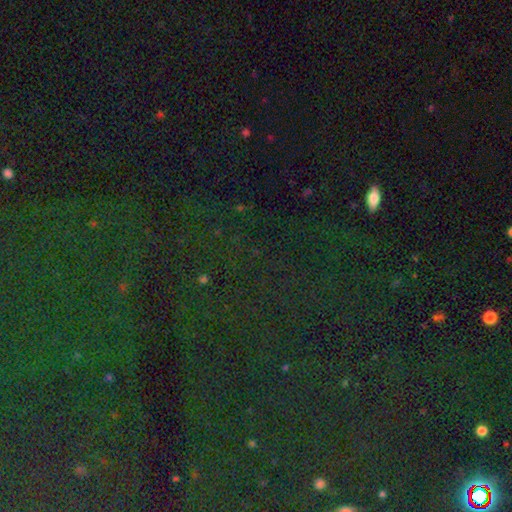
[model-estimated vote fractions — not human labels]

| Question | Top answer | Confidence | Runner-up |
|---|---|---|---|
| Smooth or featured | star or artifact | 82% | smooth (10%) |